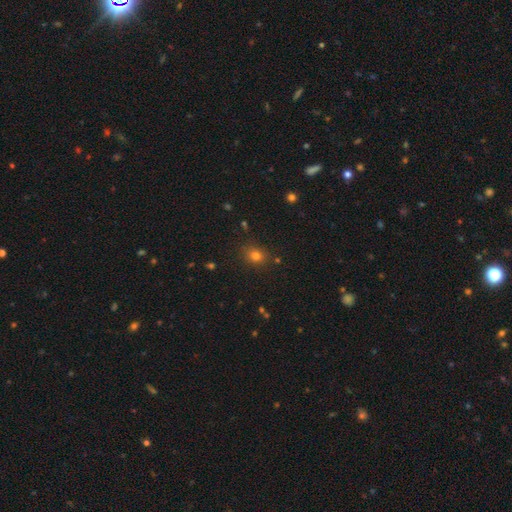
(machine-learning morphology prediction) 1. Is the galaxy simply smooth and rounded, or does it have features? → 77% smooth, 16% star or artifact, 7% featured or disk.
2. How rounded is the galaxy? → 66% round, 33% in between, 1% cigar-shaped.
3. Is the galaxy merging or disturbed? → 83% none, 11% minor disturbance, 3% major disturbance, 2% merger.